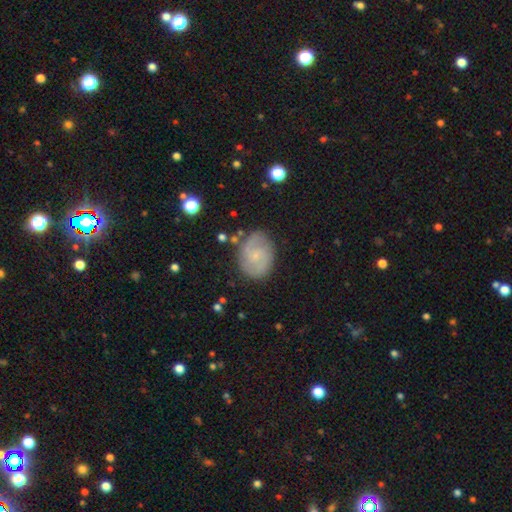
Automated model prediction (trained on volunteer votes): Overall: featured or disk (72%). Edge-on disk: no (98%). Bar: no (57%; weak 38%). Spiral arms: yes (92%). Spiral arm count: 2 (75%). Spiral winding: medium (45%; tight 39%). Bulge size: small (74%). Merging: none (79%).